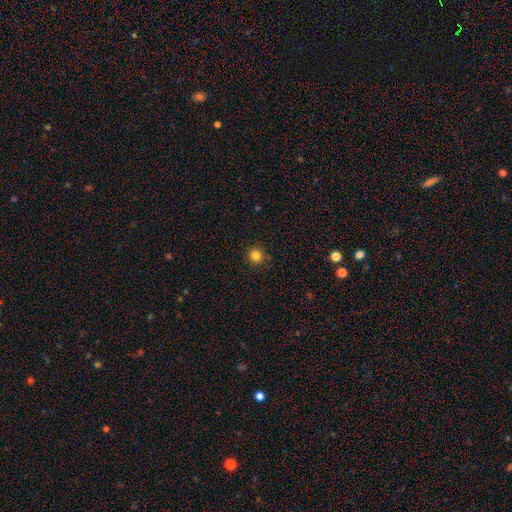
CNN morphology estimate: Q: Smooth or featured?
A: smooth (83%); runner-up: star or artifact (13%)
Q: How rounded?
A: round (95%); runner-up: in between (4%)
Q: Merging?
A: none (89%); runner-up: minor disturbance (8%)